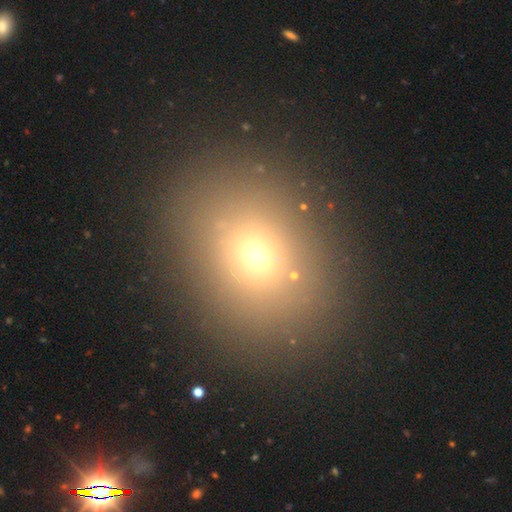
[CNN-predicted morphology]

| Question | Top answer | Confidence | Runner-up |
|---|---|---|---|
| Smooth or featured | smooth | 66% | star or artifact (22%) |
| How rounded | round | 57% | in between (41%) |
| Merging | none | 85% | minor disturbance (8%) |